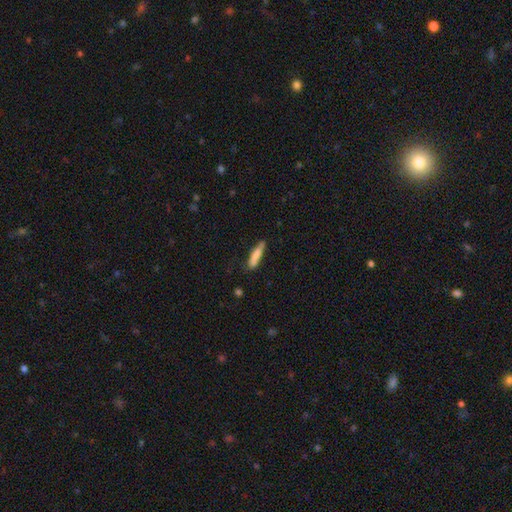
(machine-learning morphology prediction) This appears to be a smooth galaxy with no disk features (78%) that is cigar-shaped (84%). Merging: none (72%).